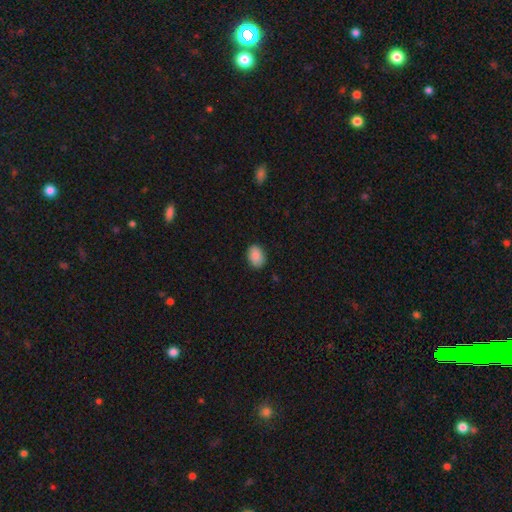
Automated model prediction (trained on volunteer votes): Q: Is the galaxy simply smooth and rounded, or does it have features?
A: smooth — 89%.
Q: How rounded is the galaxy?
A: in between — 77%.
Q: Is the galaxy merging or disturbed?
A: none — 87%.